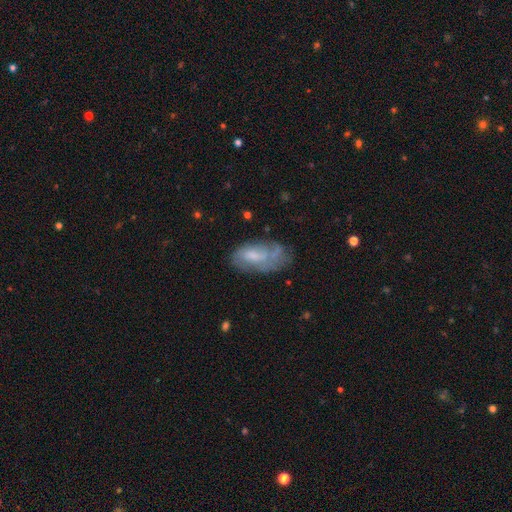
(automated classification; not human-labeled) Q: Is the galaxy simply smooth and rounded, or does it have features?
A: featured or disk — 46%, tied with smooth.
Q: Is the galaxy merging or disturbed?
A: none — 44%.